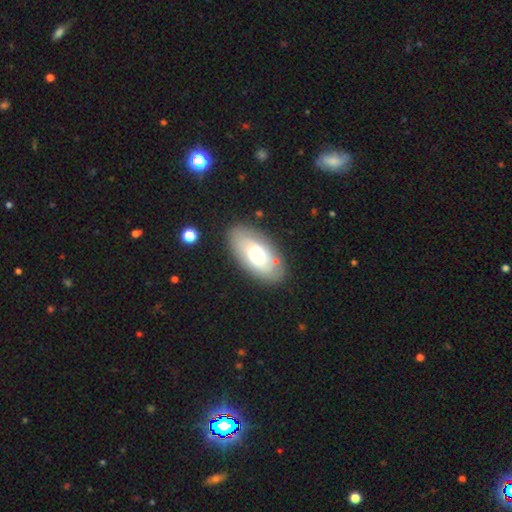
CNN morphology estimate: A smooth galaxy with no disk features (51%) that is in between round and cigar-shaped (92%).

Vote fractions:
- Smooth or featured? smooth: 51% / featured or disk: 42% / star or artifact: 7%
- How rounded? in between: 92% / cigar-shaped: 5% / round: 3%
- Merging? none: 82% / minor disturbance: 12% / major disturbance: 4% / merger: 2%